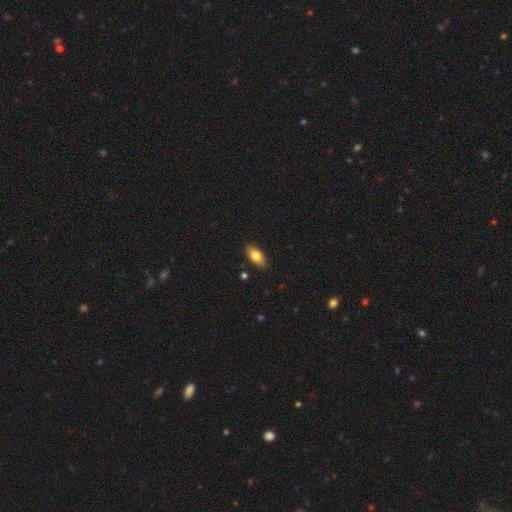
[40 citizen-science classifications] Volunteers were most divided on "smooth or featured": smooth: 85%, featured or disk: 10%, star or artifact: 5%. More confident: merging — none (95%); how rounded — in between (91%).